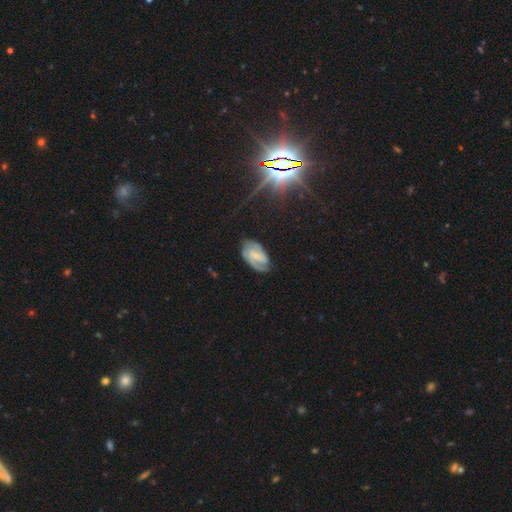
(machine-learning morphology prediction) A featured or disk galaxy (70%) with a weak bar (45%), 2 (63%) tight (47%) spiral arms (91%) and a small central bulge (46%).

Vote fractions:
- Smooth or featured? featured or disk: 70% / smooth: 22% / star or artifact: 8%
- Edge-on disk? no: 96% / yes: 4%
- Bar? weak: 45% / no: 37% / strong: 18%
- Spiral arms? yes: 91% / no: 9%
- Spiral winding? tight: 47% / medium: 40% / loose: 13%
- Spiral arm count? 2: 63% / can't tell: 17% / 1: 10% / 3: 7% / 4: 2% / more than 4: 2%
- Bulge size? small: 46% / none: 30% / moderate: 20% / large: 3% / dominant: 1%
- Merging? none: 66% / minor disturbance: 22% / major disturbance: 9% / merger: 2%